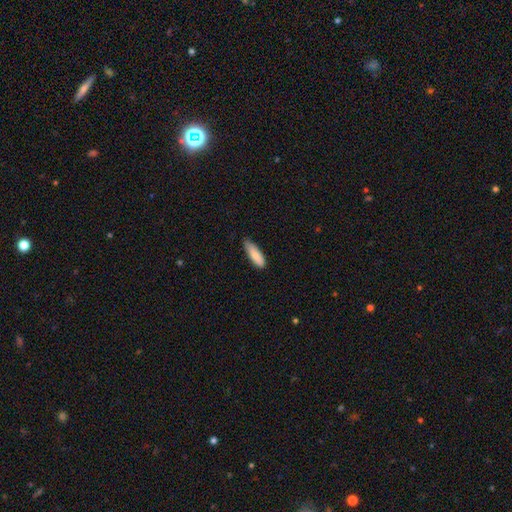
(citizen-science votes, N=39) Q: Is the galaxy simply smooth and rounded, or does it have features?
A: smooth — 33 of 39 (85%).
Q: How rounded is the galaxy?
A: cigar-shaped — 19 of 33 (58%).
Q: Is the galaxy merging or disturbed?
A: none — 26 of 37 (70%).